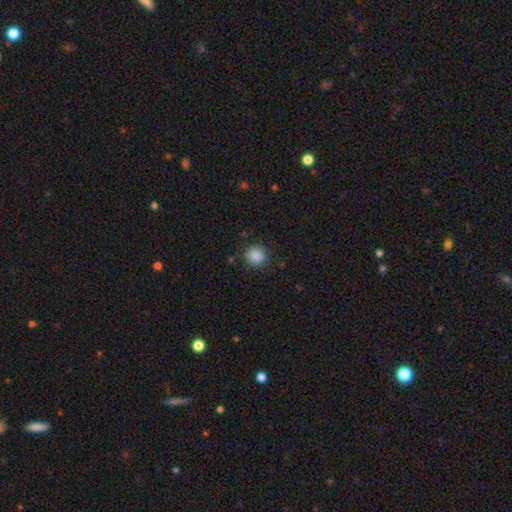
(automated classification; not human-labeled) Smooth or featured?
  - smooth: 88% *
  - star or artifact: 9%
  - featured or disk: 3%
How rounded?
  - round: 92% *
  - in between: 7%
  - cigar-shaped: 1%
Merging?
  - none: 88% *
  - minor disturbance: 8%
  - major disturbance: 3%
  - merger: 1%